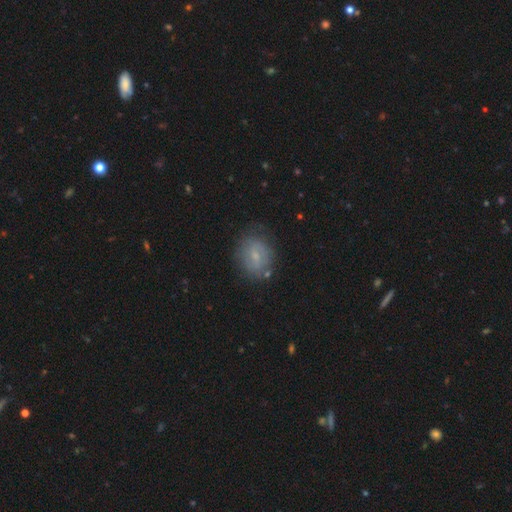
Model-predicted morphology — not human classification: This appears to be a smooth galaxy with no disk features (57%) that is in between round and cigar-shaped (49%, tied with round). Merging: none (73%).